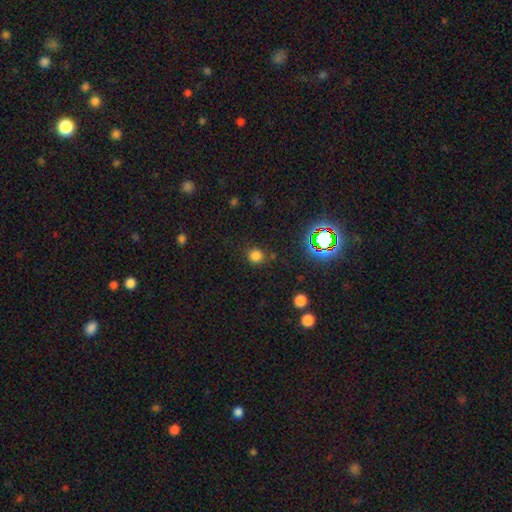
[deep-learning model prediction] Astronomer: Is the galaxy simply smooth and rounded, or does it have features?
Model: smooth — 75%.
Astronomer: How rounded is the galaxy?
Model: round — 90%.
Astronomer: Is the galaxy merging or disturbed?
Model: none — 84%.